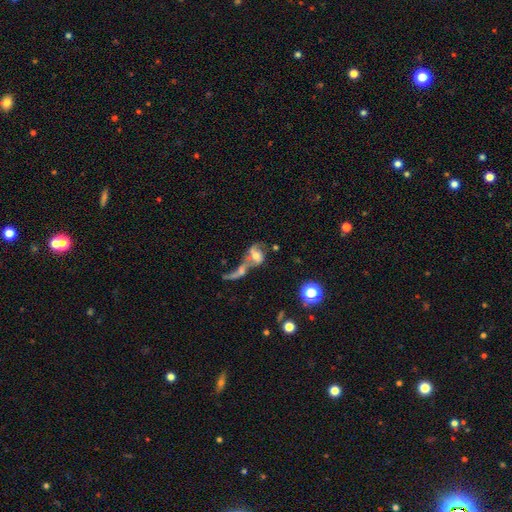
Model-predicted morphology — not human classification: Smooth or featured: featured or disk — 54% (smooth — 33%)
Edge-on disk: no — 94% (yes — 6%)
Bar: no — 56% (weak — 32%)
Spiral arms: yes — 66% (no — 34%)
Bulge size: moderate — 47% (small — 26%)
Merging: merger — 67% (none — 13%)